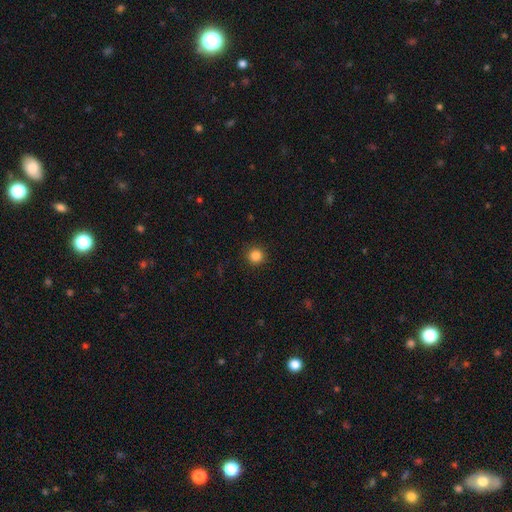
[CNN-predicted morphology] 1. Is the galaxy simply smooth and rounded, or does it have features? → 85% smooth, 12% star or artifact, 4% featured or disk.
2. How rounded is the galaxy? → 95% round, 4% in between, 1% cigar-shaped.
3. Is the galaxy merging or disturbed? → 92% none, 5% minor disturbance, 2% major disturbance, 1% merger.